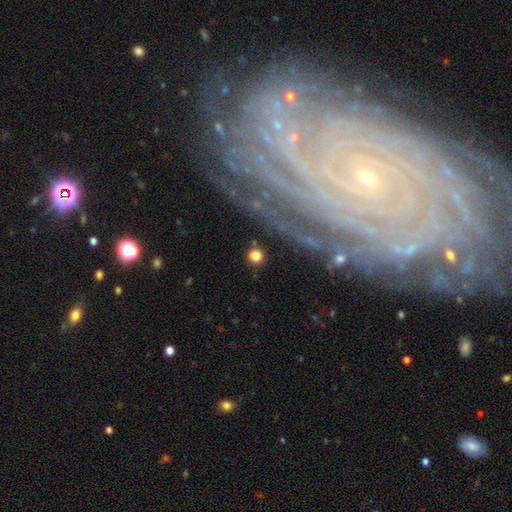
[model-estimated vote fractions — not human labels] smooth_or_featured: smooth (p=0.79) [alt: star or artifact p=0.11]
how_rounded: round (p=0.93) [alt: in between p=0.06]
merging: none (p=0.87) [alt: minor disturbance p=0.06]